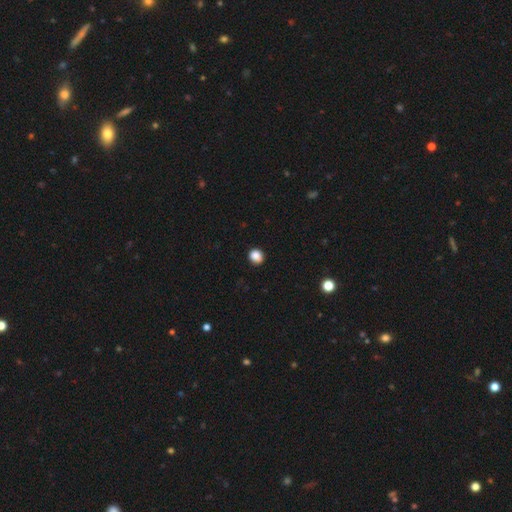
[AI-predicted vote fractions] This is clearly a smooth galaxy (88%). How rounded: likely round (76%). Merging: clearly none (92%).